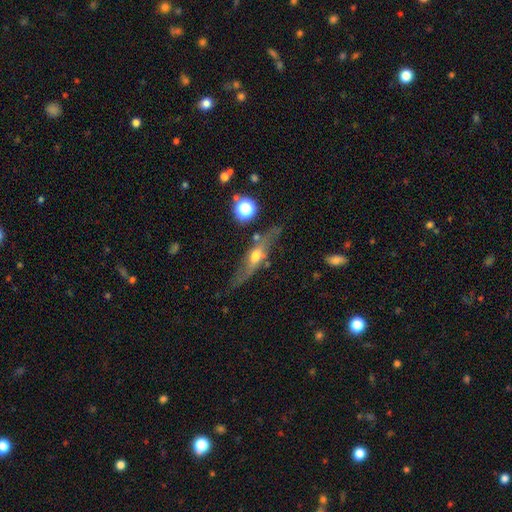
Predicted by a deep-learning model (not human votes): smooth_or_featured: featured or disk (p=0.65) [alt: smooth p=0.27]
disk_edge_on: yes (p=0.75) [alt: no p=0.25]
merging: none (p=0.69) [alt: minor disturbance p=0.18]